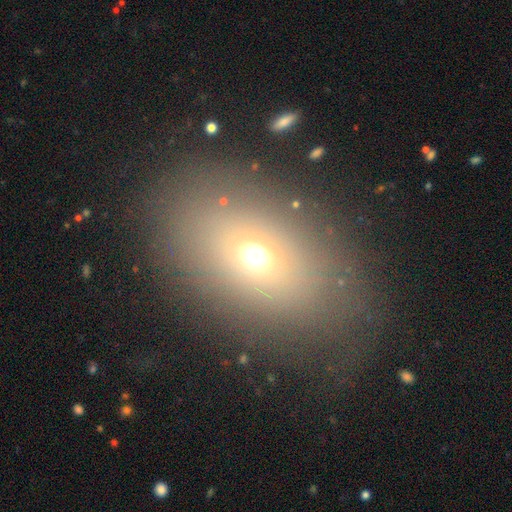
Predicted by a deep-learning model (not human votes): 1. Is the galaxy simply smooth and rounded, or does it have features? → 64% smooth, 19% featured or disk, 17% star or artifact.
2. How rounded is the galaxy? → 77% in between, 21% round, 2% cigar-shaped.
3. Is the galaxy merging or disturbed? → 75% none, 13% minor disturbance, 9% major disturbance, 2% merger.